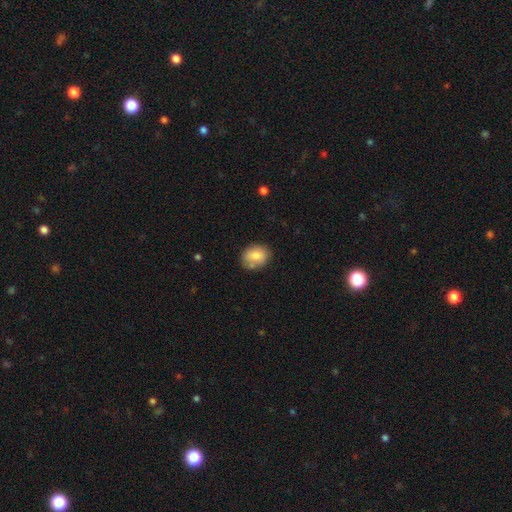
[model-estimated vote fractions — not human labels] The model was most divided on "how rounded": round: 50%, in between: 49%, cigar-shaped: 1%. More confident: smooth or featured — smooth (78%); merging — none (71%).